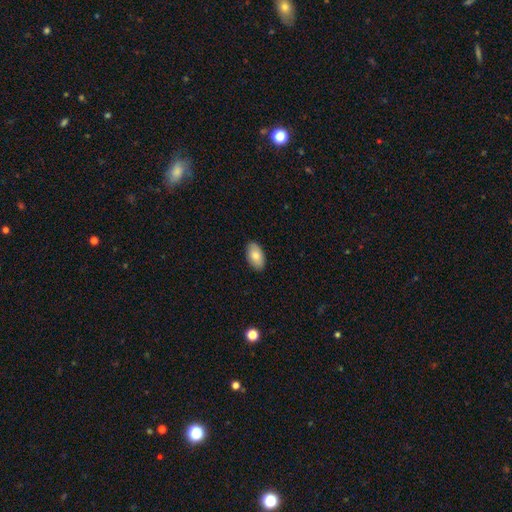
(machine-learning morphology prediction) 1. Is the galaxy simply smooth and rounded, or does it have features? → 81% smooth, 13% featured or disk, 6% star or artifact.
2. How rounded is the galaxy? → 94% in between, 4% round, 2% cigar-shaped.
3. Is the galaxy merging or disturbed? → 89% none, 8% minor disturbance, 2% major disturbance, 1% merger.